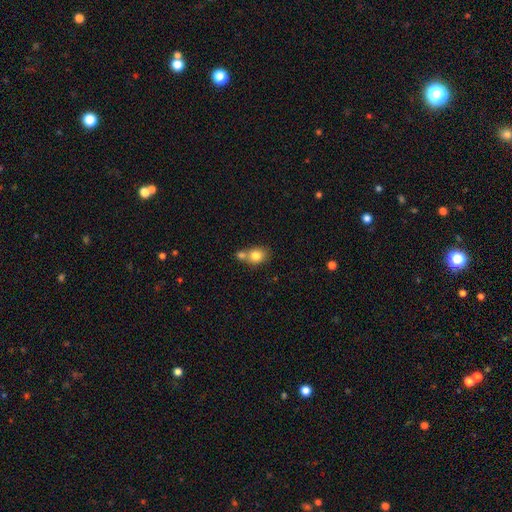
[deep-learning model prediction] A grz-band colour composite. It shows a smooth galaxy with no disk features (80%) that is round (60%). Merging: merger (48%).